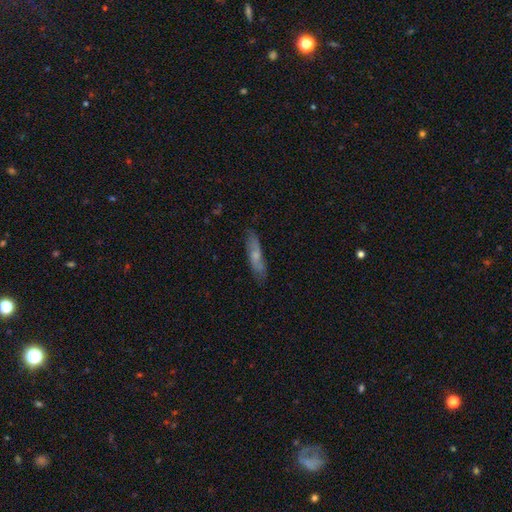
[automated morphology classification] This is possibly a smooth galaxy (55%). How rounded: likely cigar-shaped (75%). Merging: clearly none (81%).